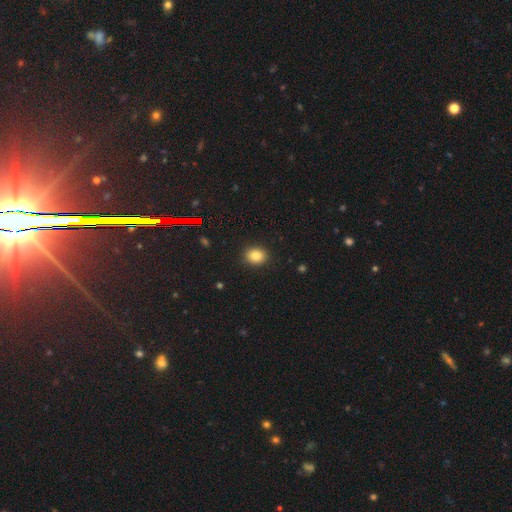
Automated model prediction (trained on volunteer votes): Smooth or featured?
  - smooth: 84% *
  - star or artifact: 10%
  - featured or disk: 5%
How rounded?
  - round: 58% *
  - in between: 41%
  - cigar-shaped: 1%
Merging?
  - none: 90% *
  - minor disturbance: 7%
  - major disturbance: 2%
  - merger: 1%